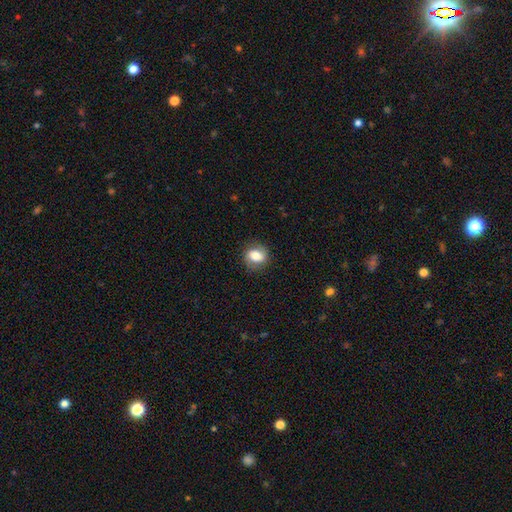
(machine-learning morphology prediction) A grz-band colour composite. It shows a smooth galaxy with no disk features (66%) that is round (56%). Merging: none (81%).